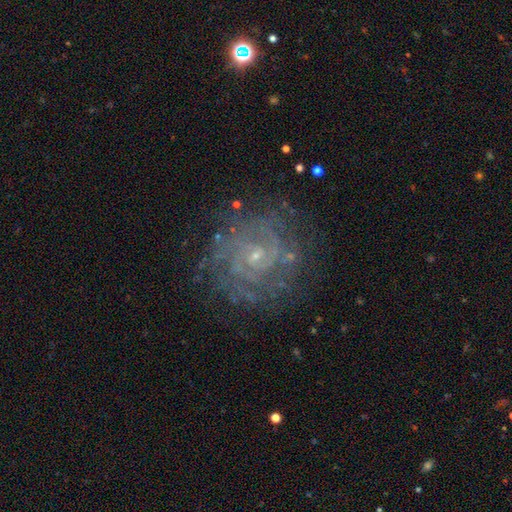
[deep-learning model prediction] This appears to be a featured or disk galaxy (80%) with no bar (67%), tight (68%) spiral arms (90%) and a small central bulge (77%). Merging: none (77%).